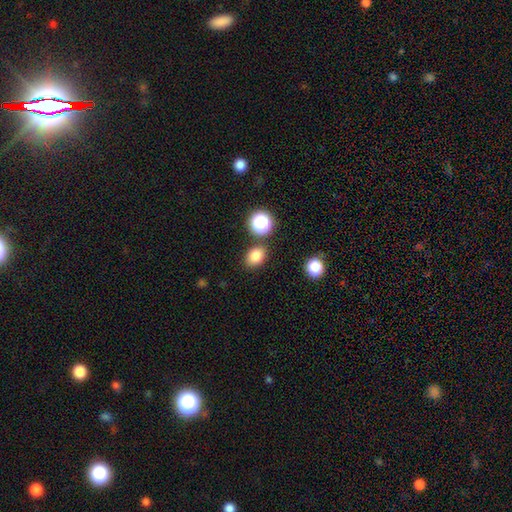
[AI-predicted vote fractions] smooth 81%, star or artifact 12%, featured or disk 6%. Down the decision tree: how rounded — in between (62%); merging — none (79%).